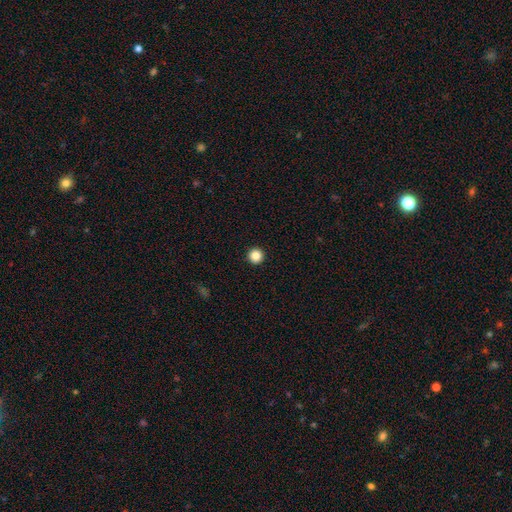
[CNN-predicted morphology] The model was most divided on "smooth or featured": smooth: 86%, star or artifact: 11%, featured or disk: 4%. More confident: how rounded — round (97%); merging — none (94%).